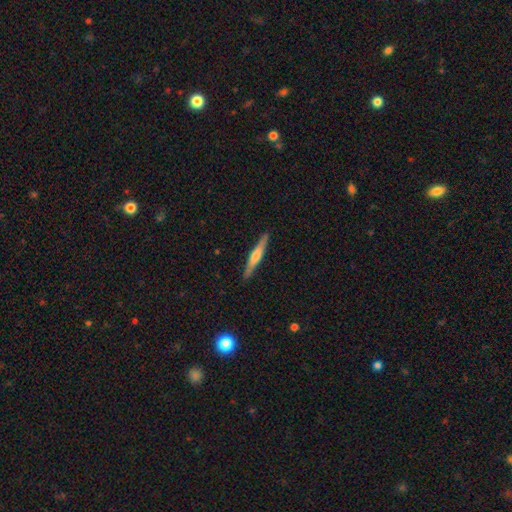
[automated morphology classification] Q: Smooth or featured?
A: featured or disk (56%); runner-up: smooth (39%)
Q: Edge-on disk?
A: yes (97%); runner-up: no (3%)
Q: Edge-on bulge?
A: rounded (70%); runner-up: none (16%)
Q: Merging?
A: none (91%); runner-up: minor disturbance (7%)